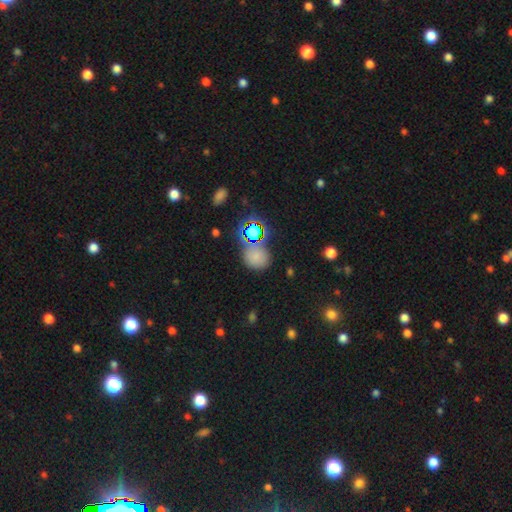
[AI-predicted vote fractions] This is likely a smooth galaxy (65%). How rounded: likely round (73%). Merging: likely none (68%).